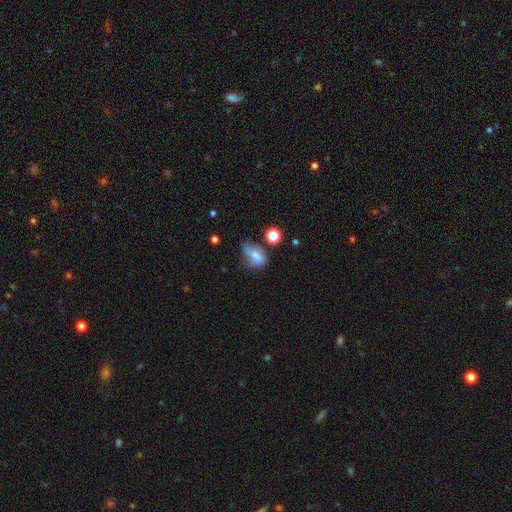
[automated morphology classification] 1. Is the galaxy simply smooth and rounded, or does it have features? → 57% smooth, 31% featured or disk, 11% star or artifact.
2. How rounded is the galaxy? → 76% in between, 19% round, 6% cigar-shaped.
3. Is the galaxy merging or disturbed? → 39% none, 35% minor disturbance, 19% major disturbance, 7% merger.